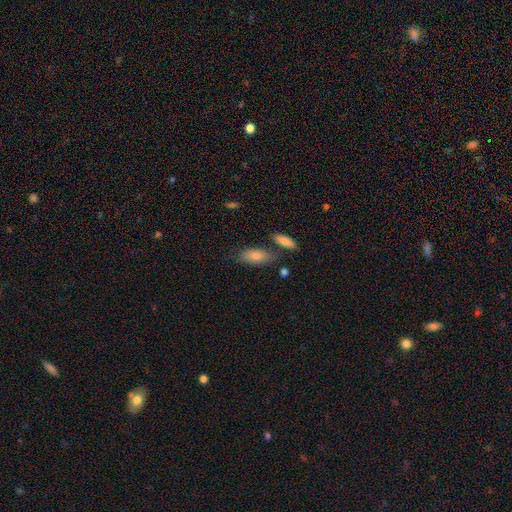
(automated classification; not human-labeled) Morphology: type=smooth (80%); roundness=in between (82%); merging=none (67%).